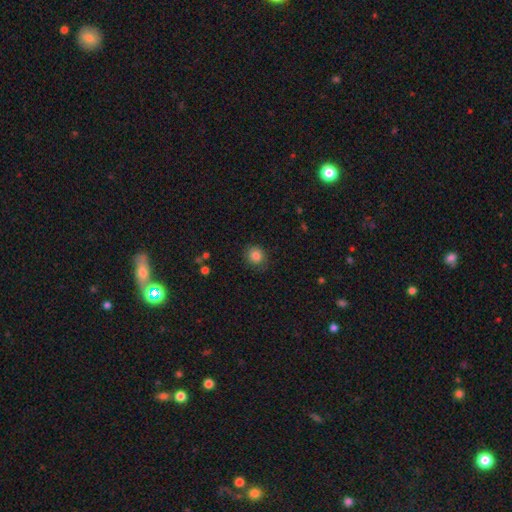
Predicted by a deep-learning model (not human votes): smooth-or-featured: smooth: 83% | star or artifact: 10% | featured or disk: 7%
  how-rounded: round: 84% | in between: 15% | cigar-shaped: 1%
  merging: none: 78% | minor disturbance: 16% | major disturbance: 5% | merger: 1%